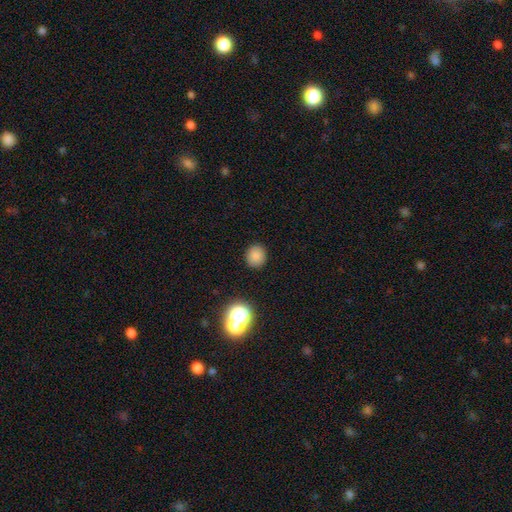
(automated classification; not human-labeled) smooth_or_featured: smooth (p=0.81) [alt: star or artifact p=0.14]
how_rounded: round (p=0.78) [alt: in between p=0.21]
merging: none (p=0.88) [alt: minor disturbance p=0.07]